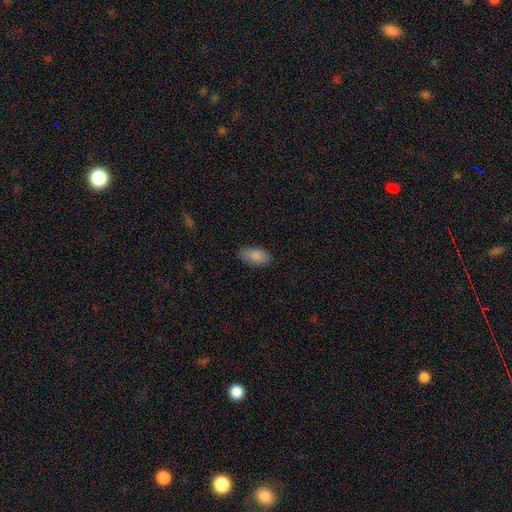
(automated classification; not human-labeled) Overall: smooth (87%). How rounded: in between (93%). Merging: none (84%).